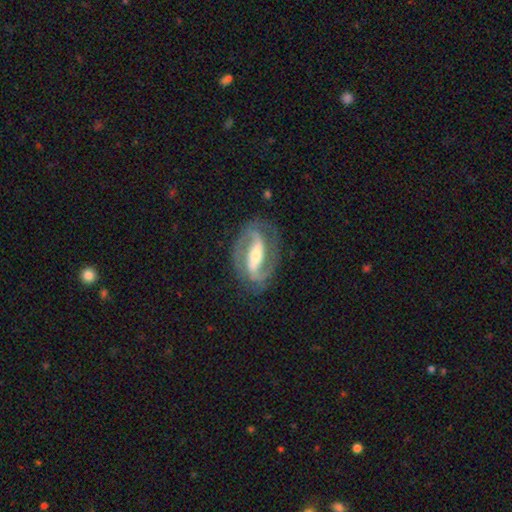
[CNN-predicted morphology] The model was most divided on "spiral winding": medium: 49%, tight: 35%, loose: 16%. More confident: edge-on disk — no (94%); spiral arms — yes (93%); spiral arm count — 2 (91%); smooth or featured — featured or disk (88%); merging — none (79%); bar — strong (67%); bulge size — moderate (55%).